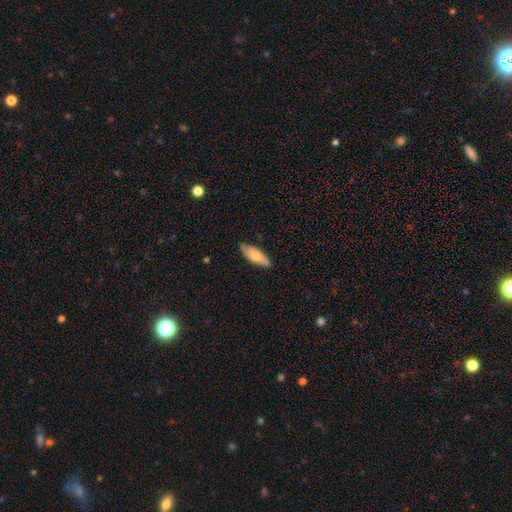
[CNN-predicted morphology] smooth-or-featured: smooth: 69% | featured or disk: 26% | star or artifact: 6%
  how-rounded: in between: 62% | cigar-shaped: 36% | round: 2%
  merging: none: 82% | minor disturbance: 15% | major disturbance: 2% | merger: 1%